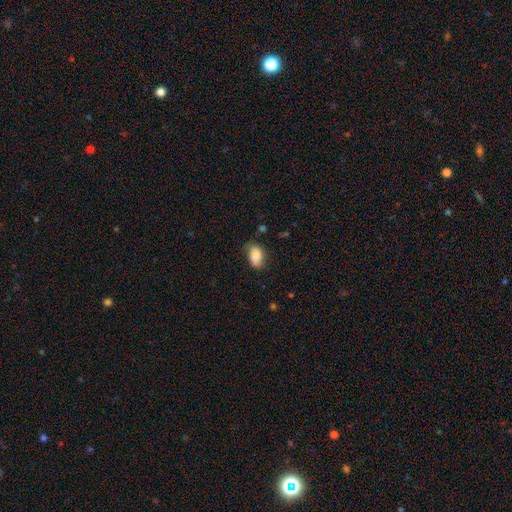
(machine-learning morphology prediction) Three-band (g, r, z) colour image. It shows a smooth galaxy with no disk features (84%) that is in between round and cigar-shaped (89%). Merging: none (66%).